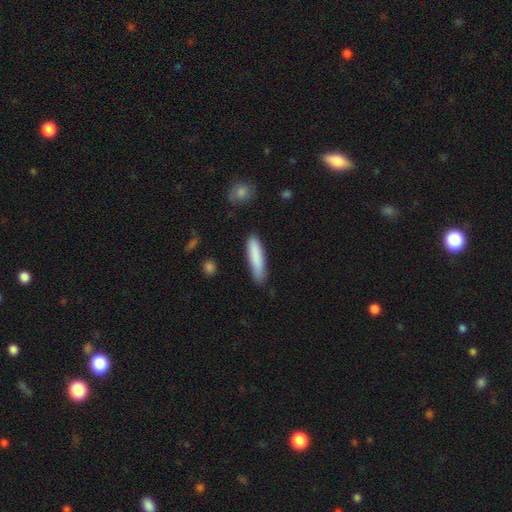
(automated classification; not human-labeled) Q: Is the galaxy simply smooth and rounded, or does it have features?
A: smooth — 86%.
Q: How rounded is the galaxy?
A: cigar-shaped — 80%.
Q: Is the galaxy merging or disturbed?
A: none — 82%.